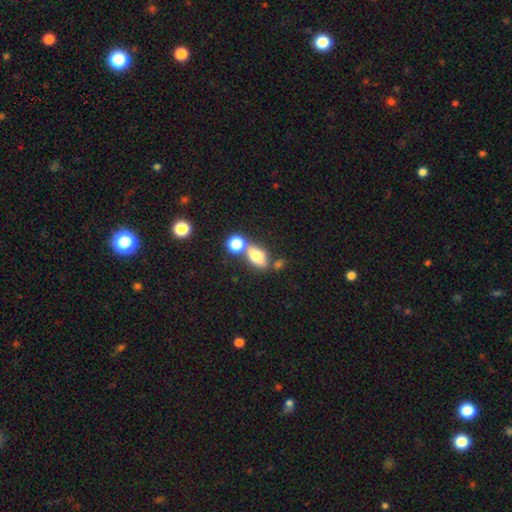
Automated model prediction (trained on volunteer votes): Smooth or featured? Predicted: smooth (p=0.71). How rounded? Predicted: in between (p=0.77). Merging? Predicted: none (p=0.47).